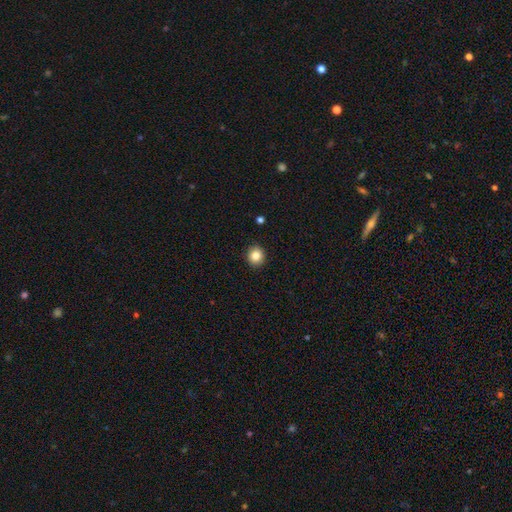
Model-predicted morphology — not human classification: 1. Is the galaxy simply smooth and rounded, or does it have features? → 85% smooth, 10% star or artifact, 5% featured or disk.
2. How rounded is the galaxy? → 87% round, 12% in between, 1% cigar-shaped.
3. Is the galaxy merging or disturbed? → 92% none, 6% minor disturbance, 2% major disturbance, 1% merger.